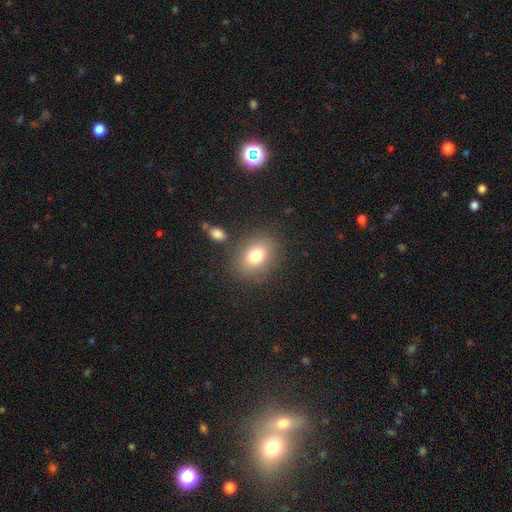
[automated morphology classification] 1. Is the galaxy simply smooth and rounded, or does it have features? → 78% smooth, 11% featured or disk, 11% star or artifact.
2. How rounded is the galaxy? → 56% in between, 43% round, 1% cigar-shaped.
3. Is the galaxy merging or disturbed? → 80% none, 11% minor disturbance, 5% merger, 4% major disturbance.